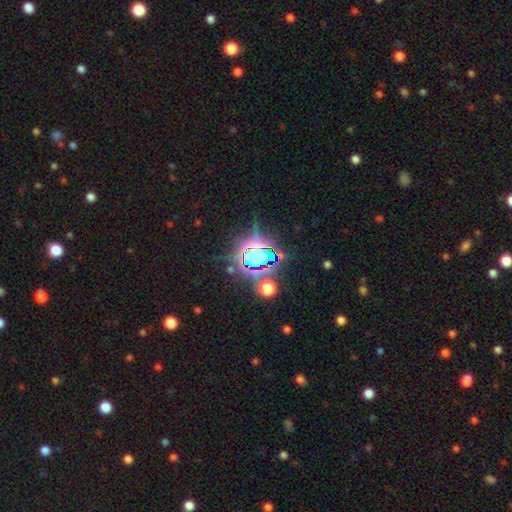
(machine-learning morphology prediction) This appears to be a star or artifact, not a galaxy (73%).